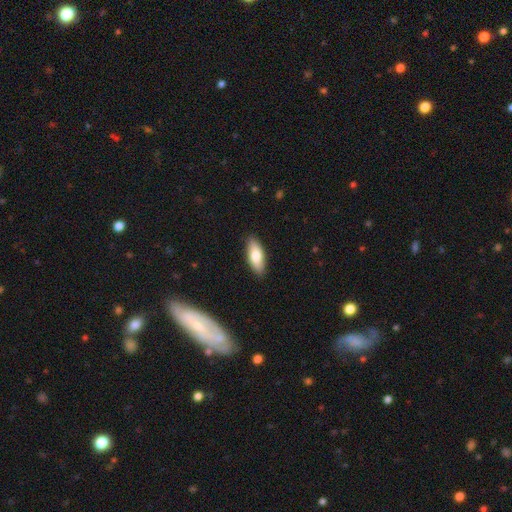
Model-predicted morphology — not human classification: smooth 77%, featured or disk 17%, star or artifact 6%. Down the decision tree: how rounded — in between (71%); merging — none (89%).